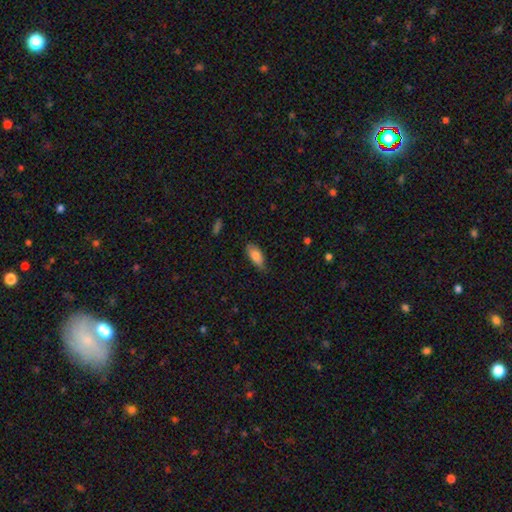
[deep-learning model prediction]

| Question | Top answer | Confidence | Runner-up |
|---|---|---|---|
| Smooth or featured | smooth | 83% | featured or disk (10%) |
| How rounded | in between | 86% | cigar-shaped (11%) |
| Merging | none | 68% | minor disturbance (26%) |